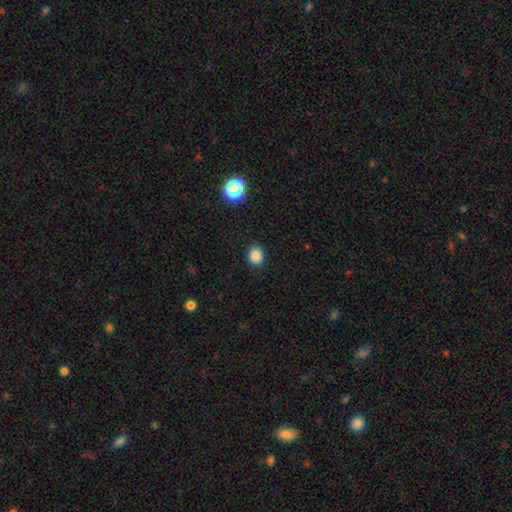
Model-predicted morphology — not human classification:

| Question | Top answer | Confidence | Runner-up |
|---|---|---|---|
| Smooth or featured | smooth | 86% | star or artifact (11%) |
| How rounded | round | 65% | in between (34%) |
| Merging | none | 88% | minor disturbance (8%) |